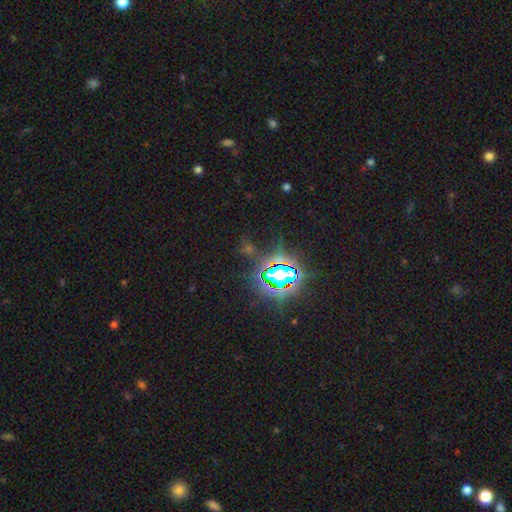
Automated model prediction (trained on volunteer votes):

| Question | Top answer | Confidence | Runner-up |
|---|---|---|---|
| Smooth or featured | star or artifact | 83% | smooth (10%) |